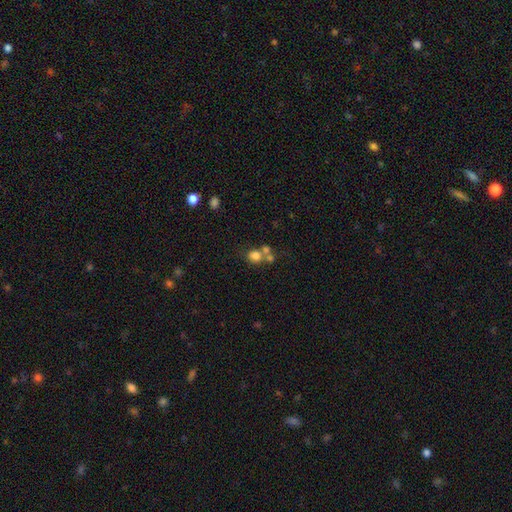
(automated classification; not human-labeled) A smooth galaxy with no disk features (73%) that is round (72%). Merging: merger (45%).